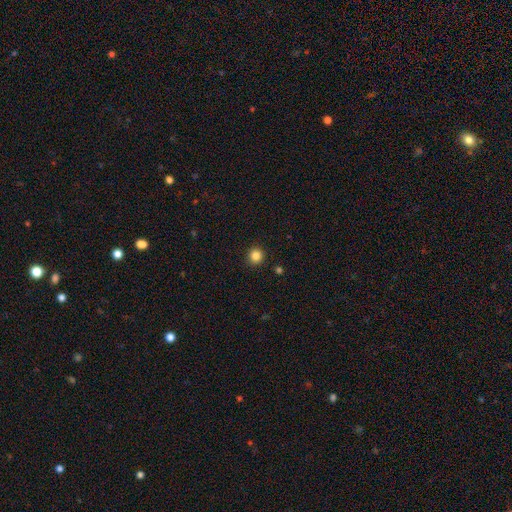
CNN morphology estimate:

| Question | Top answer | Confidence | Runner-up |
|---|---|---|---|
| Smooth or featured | smooth | 85% | star or artifact (12%) |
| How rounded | round | 92% | in between (7%) |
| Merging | none | 92% | minor disturbance (5%) |